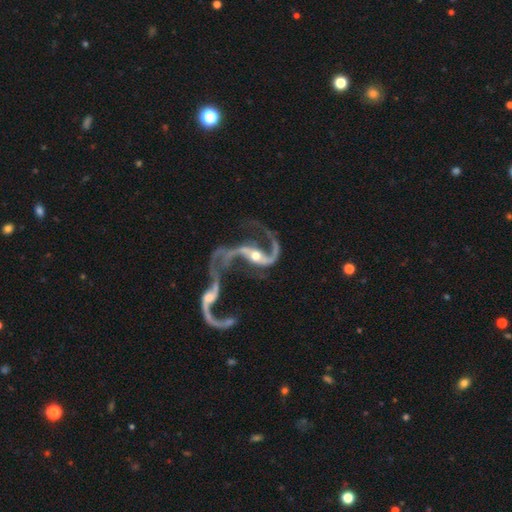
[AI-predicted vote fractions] A featured or disk galaxy (88%) with no bar (39%), 2 (79%) loose (78%) spiral arms (91%) and a moderate central bulge (47%).

Vote fractions:
- Smooth or featured? featured or disk: 88% / star or artifact: 7% / smooth: 5%
- Edge-on disk? no: 95% / yes: 5%
- Bar? no: 39% / weak: 34% / strong: 27%
- Spiral arms? yes: 91% / no: 9%
- Spiral winding? loose: 78% / medium: 17% / tight: 5%
- Spiral arm count? 2: 79% / 1: 7% / can't tell: 6% / 3: 4% / 4: 2% / more than 4: 2%
- Bulge size? moderate: 47% / small: 44% / none: 5% / large: 3% / dominant: 1%
- Merging? merger: 58% / major disturbance: 20% / none: 15% / minor disturbance: 8%